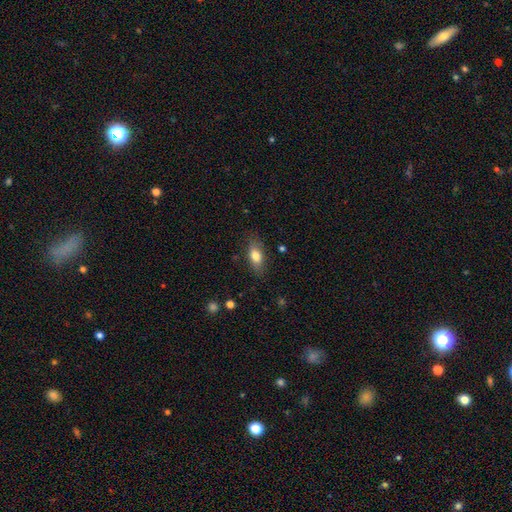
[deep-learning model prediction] The model was most divided on "smooth or featured": smooth: 78%, featured or disk: 15%, star or artifact: 7%. More confident: how rounded — in between (82%); merging — none (81%).